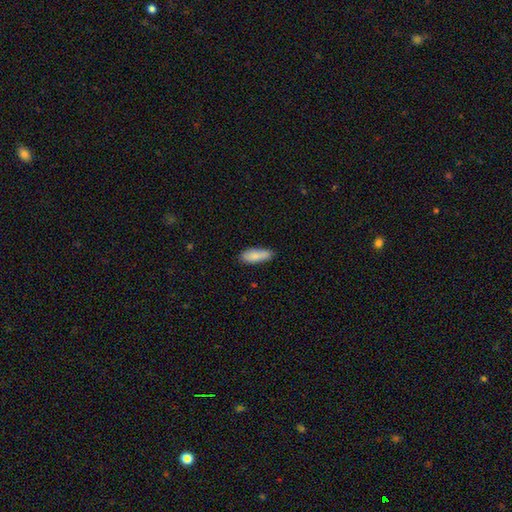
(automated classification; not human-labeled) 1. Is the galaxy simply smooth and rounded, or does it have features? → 85% smooth, 9% featured or disk, 6% star or artifact.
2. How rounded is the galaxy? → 66% in between, 32% cigar-shaped, 2% round.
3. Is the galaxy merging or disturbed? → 76% none, 19% minor disturbance, 3% major disturbance, 2% merger.